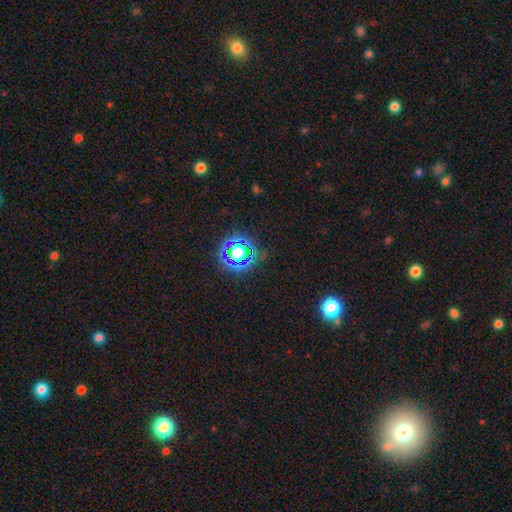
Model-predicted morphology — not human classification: Smooth or featured? star or artifact (78%)